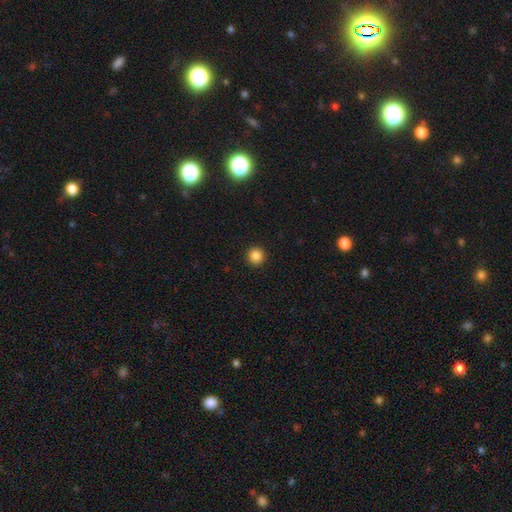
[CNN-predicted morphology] Q: Smooth or featured?
A: smooth (86%); runner-up: star or artifact (11%)
Q: How rounded?
A: round (94%); runner-up: in between (5%)
Q: Merging?
A: none (93%); runner-up: minor disturbance (5%)